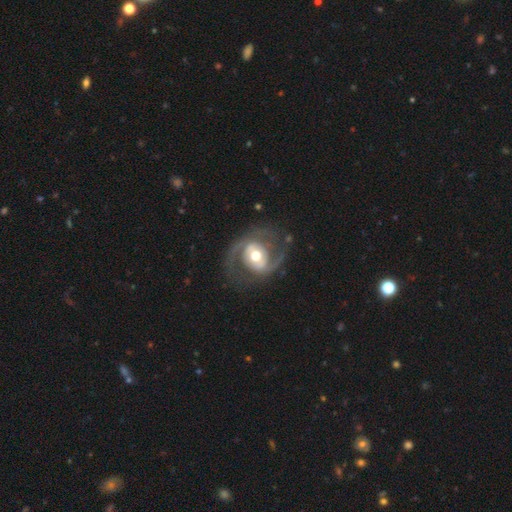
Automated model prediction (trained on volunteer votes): Smooth or featured: featured or disk — 83% (smooth — 12%)
Edge-on disk: no — 97% (yes — 3%)
Bar: no — 50% (weak — 32%)
Spiral arms: yes — 88% (no — 12%)
Spiral winding: medium — 51% (loose — 29%)
Spiral arm count: 2 — 89% (can't tell — 4%)
Bulge size: moderate — 67% (large — 24%)
Merging: none — 72% (minor disturbance — 14%)